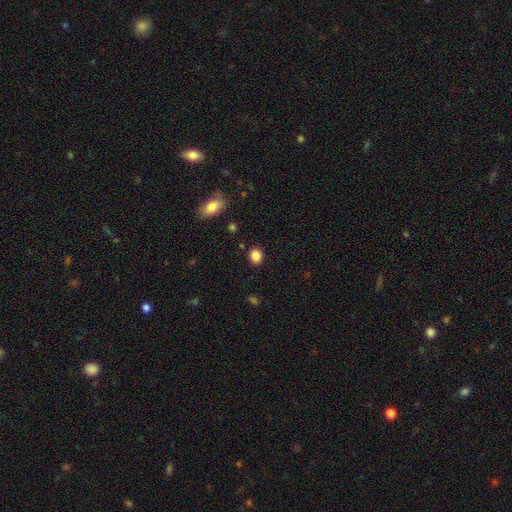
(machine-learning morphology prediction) smooth 87%, star or artifact 9%, featured or disk 4%. Down the decision tree: how rounded — round (60%); merging — none (88%).